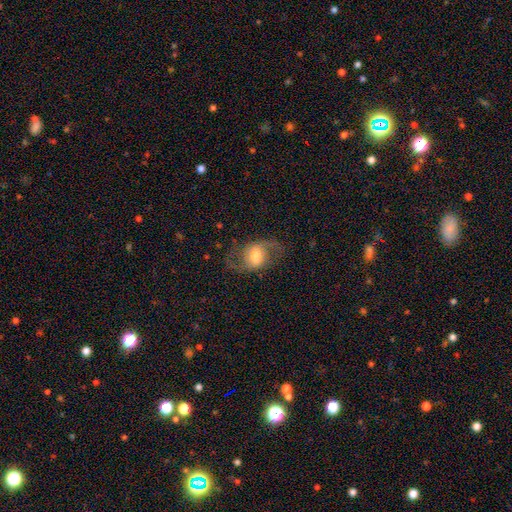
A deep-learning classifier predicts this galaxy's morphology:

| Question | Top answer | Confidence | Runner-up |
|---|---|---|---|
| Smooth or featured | featured or disk | 68% | smooth (24%) |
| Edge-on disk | no | 95% | yes (5%) |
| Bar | no | 45% | weak (40%) |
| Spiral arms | yes | 87% | no (13%) |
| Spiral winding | loose | 55% | medium (37%) |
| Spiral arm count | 2 | 90% | can't tell (4%) |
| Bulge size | moderate | 57% | large (21%) |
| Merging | none | 69% | minor disturbance (17%) |